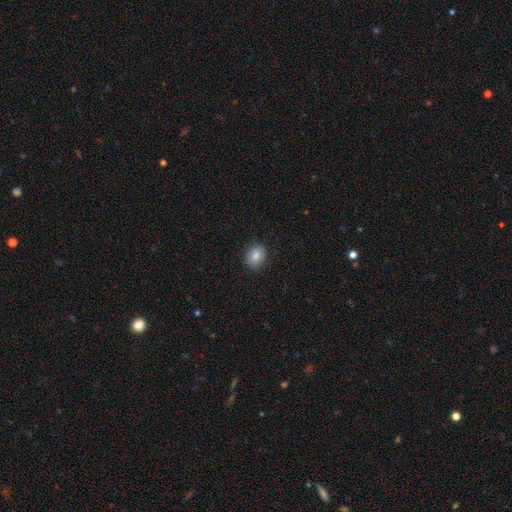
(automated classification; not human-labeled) smooth-or-featured: smooth: 82% | featured or disk: 9% | star or artifact: 9%
  how-rounded: round: 50% | in between: 49% | cigar-shaped: 1%
  merging: none: 87% | minor disturbance: 10% | major disturbance: 2% | merger: 1%